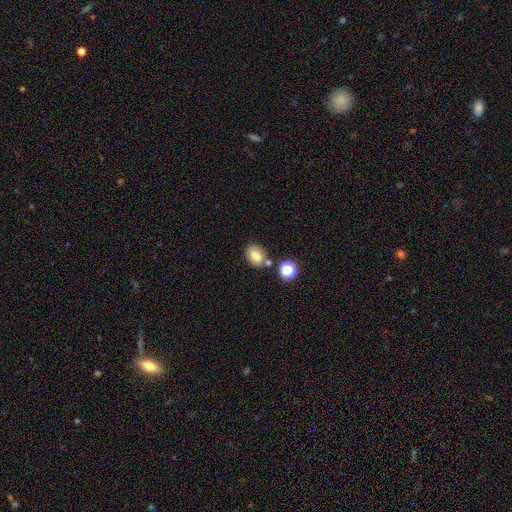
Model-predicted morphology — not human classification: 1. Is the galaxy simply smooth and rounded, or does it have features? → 78% smooth, 12% star or artifact, 11% featured or disk.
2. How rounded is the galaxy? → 58% in between, 41% round, 1% cigar-shaped.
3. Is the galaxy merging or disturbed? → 73% none, 12% merger, 11% minor disturbance, 3% major disturbance.